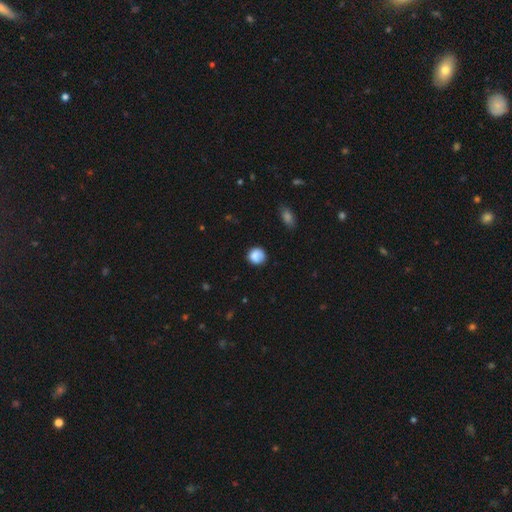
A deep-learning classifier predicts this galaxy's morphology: A smooth galaxy with no disk features (83%) that is round (85%).

Vote fractions:
- Smooth or featured? smooth: 83% / featured or disk: 9% / star or artifact: 8%
- How rounded? round: 85% / in between: 14% / cigar-shaped: 1%
- Merging? none: 72% / minor disturbance: 20% / major disturbance: 5% / merger: 3%